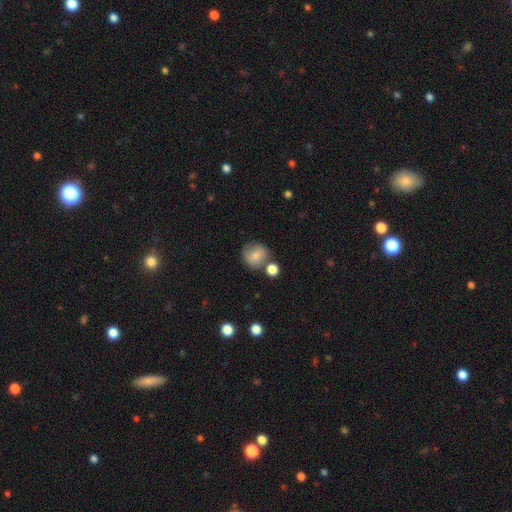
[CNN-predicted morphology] Overall: smooth (76%). How rounded: round (84%). Merging: none (62%).